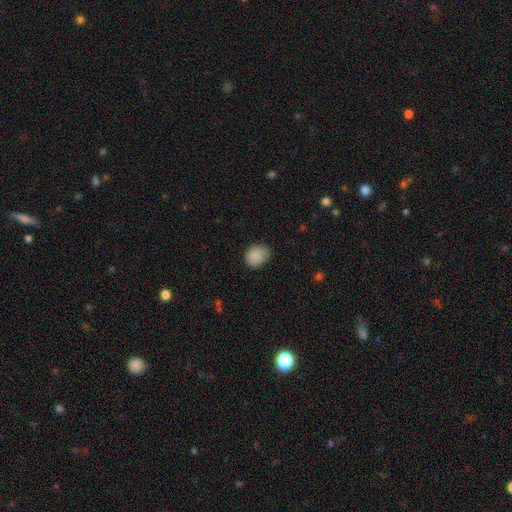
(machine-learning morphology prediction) The model was most divided on "how rounded": round: 58%, in between: 41%, cigar-shaped: 1%. More confident: smooth or featured — smooth (87%); merging — none (69%).